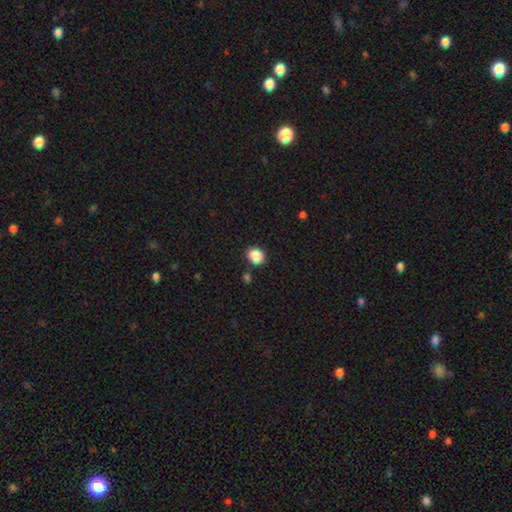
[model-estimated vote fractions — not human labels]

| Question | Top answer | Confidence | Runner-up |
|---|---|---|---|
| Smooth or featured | smooth | 87% | star or artifact (9%) |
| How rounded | round | 56% | in between (43%) |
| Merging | none | 83% | minor disturbance (10%) |